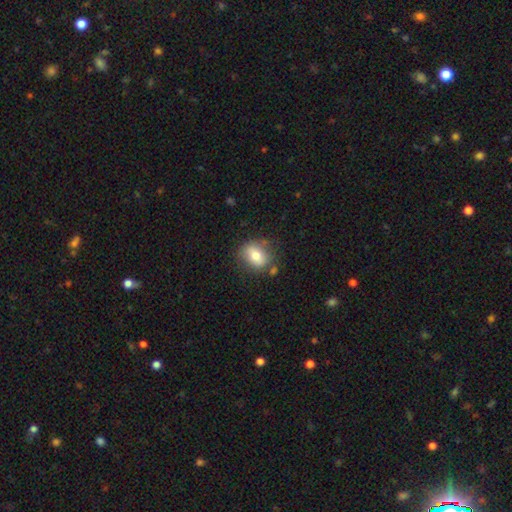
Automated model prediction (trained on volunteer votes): This is likely a smooth galaxy (74%). How rounded: possibly in between (58%). Merging: likely none (71%).